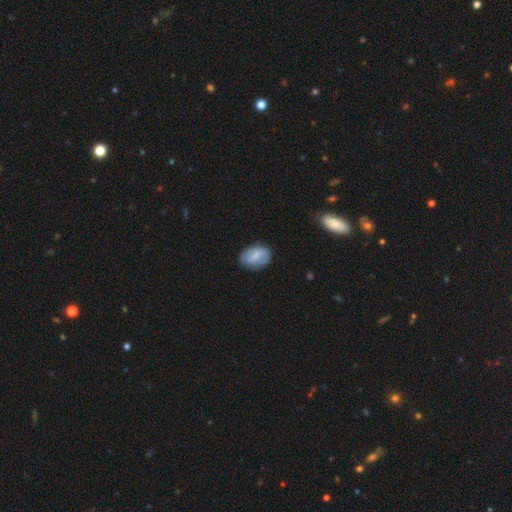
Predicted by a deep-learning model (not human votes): Overall: smooth (75%). How rounded: in between (84%). Merging: none (79%).